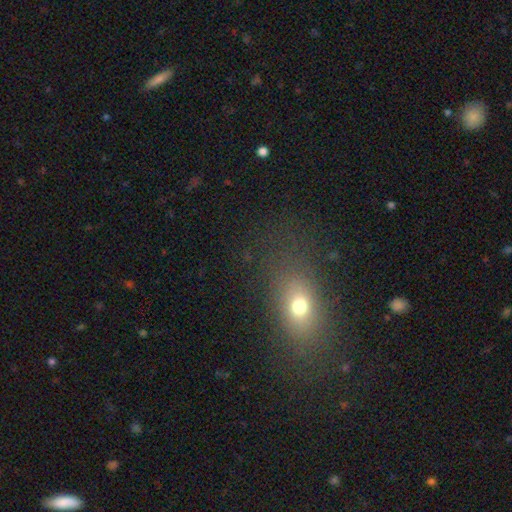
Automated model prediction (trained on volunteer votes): Q: Smooth or featured?
A: smooth (63%); runner-up: star or artifact (23%)
Q: How rounded?
A: in between (71%); runner-up: round (20%)
Q: Merging?
A: none (82%); runner-up: minor disturbance (11%)